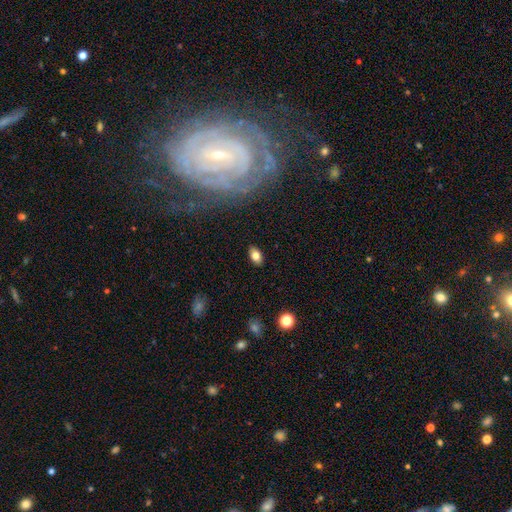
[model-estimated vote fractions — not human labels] smooth 80%, featured or disk 11%, star or artifact 9%. Down the decision tree: how rounded — in between (89%); merging — none (87%).